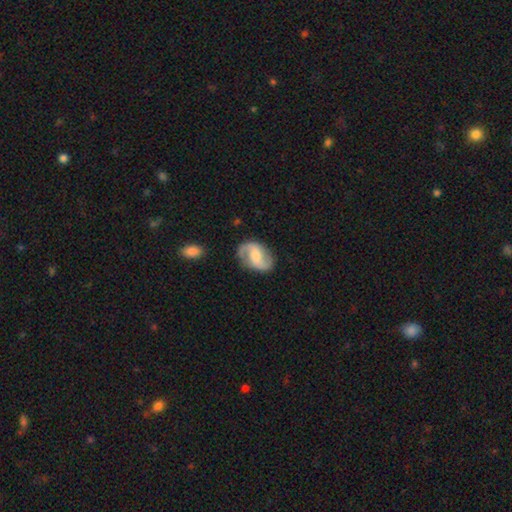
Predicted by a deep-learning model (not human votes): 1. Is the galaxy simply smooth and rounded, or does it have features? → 78% featured or disk, 16% smooth, 5% star or artifact.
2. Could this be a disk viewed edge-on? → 97% no, 3% yes.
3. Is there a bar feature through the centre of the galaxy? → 49% weak, 32% no, 19% strong.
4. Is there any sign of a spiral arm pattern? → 94% yes, 6% no.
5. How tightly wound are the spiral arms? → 45% loose, 43% medium, 12% tight.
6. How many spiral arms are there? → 91% 2, 3% can't tell, 3% 1, 1% 3, 1% 4, 1% more than 4.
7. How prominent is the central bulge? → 54% moderate, 29% small, 9% large, 6% none, 2% dominant.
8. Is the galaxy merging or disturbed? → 80% none, 14% minor disturbance, 5% major disturbance, 2% merger.